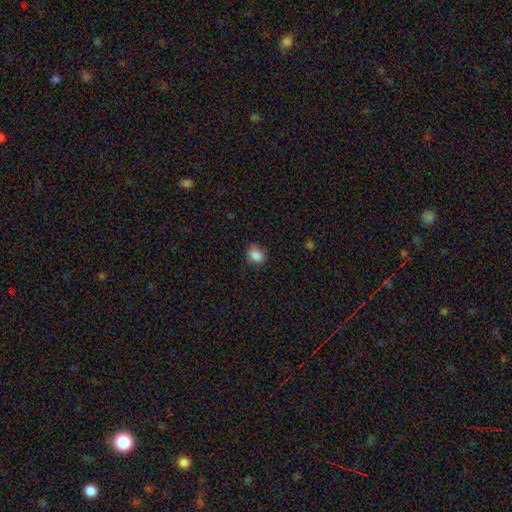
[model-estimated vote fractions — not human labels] Smooth or featured: smooth — 86% (star or artifact — 10%)
How rounded: round — 55% (in between — 44%)
Merging: none — 78% (minor disturbance — 18%)